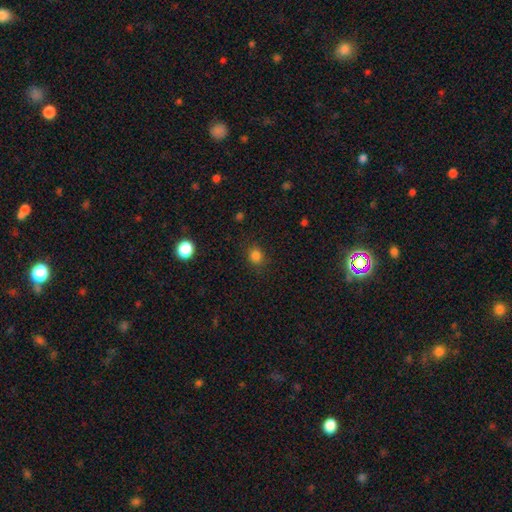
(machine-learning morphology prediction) The model was most divided on "how rounded": round: 79%, in between: 20%, cigar-shaped: 1%. More confident: merging — none (86%); smooth or featured — smooth (83%).